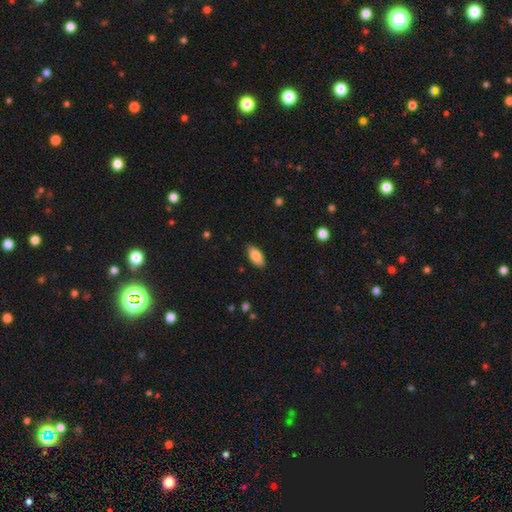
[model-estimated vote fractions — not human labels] A smooth galaxy with no disk features (84%) that is in between round and cigar-shaped (88%). Merging: none (85%).